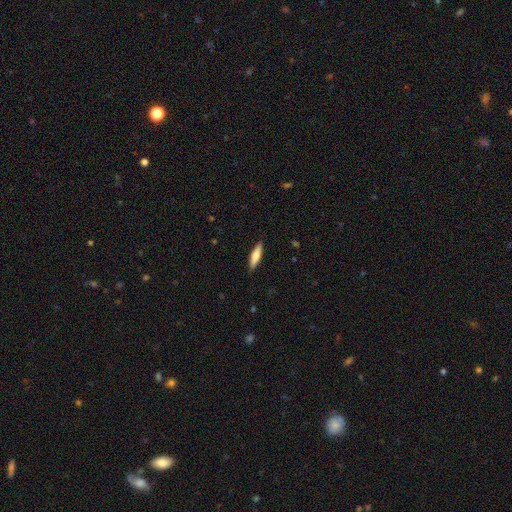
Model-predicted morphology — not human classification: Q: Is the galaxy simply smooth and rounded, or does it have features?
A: smooth — 72%.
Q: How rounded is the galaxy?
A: cigar-shaped — 71%.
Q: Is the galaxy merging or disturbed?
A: none — 89%.